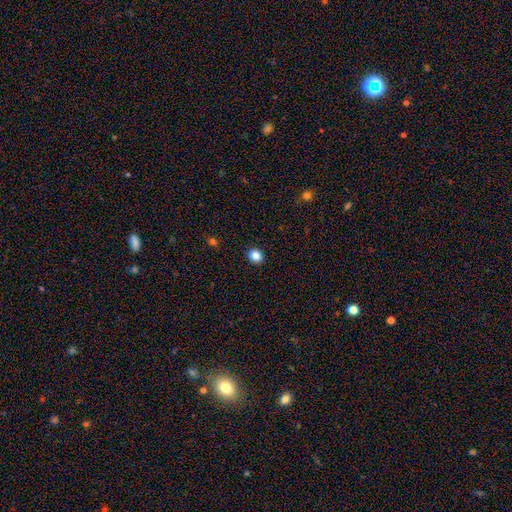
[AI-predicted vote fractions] smooth_or_featured: smooth (p=0.85) [alt: star or artifact p=0.11]
how_rounded: round (p=0.74) [alt: in between p=0.25]
merging: none (p=0.92) [alt: minor disturbance p=0.05]